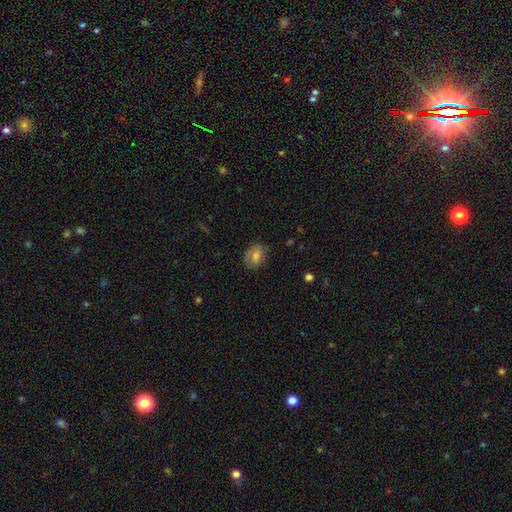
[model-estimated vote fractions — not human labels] Morphology: type=smooth (68%); roundness=in between (70%); merging=none (72%).